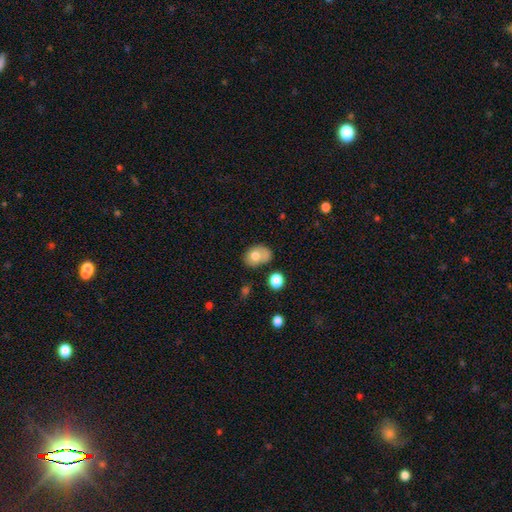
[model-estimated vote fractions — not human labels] A smooth galaxy with no disk features (74%) that is in between round and cigar-shaped (70%).

Vote fractions:
- Smooth or featured? smooth: 74% / featured or disk: 17% / star or artifact: 9%
- How rounded? in between: 70% / round: 29% / cigar-shaped: 1%
- Merging? none: 50% / minor disturbance: 26% / merger: 15% / major disturbance: 10%